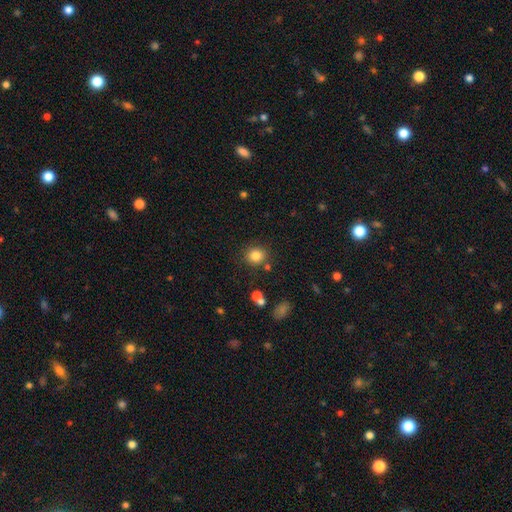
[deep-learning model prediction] Smooth or featured?
  - smooth: 83% *
  - star or artifact: 11%
  - featured or disk: 6%
How rounded?
  - round: 85% *
  - in between: 14%
  - cigar-shaped: 1%
Merging?
  - none: 82% *
  - minor disturbance: 9%
  - merger: 6%
  - major disturbance: 3%